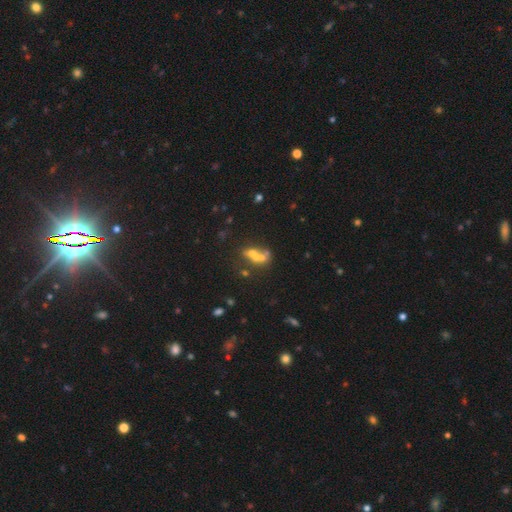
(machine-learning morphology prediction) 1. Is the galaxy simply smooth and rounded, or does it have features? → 44% smooth, 36% featured or disk, 20% star or artifact.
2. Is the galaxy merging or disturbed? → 54% merger, 28% none, 9% major disturbance, 9% minor disturbance.